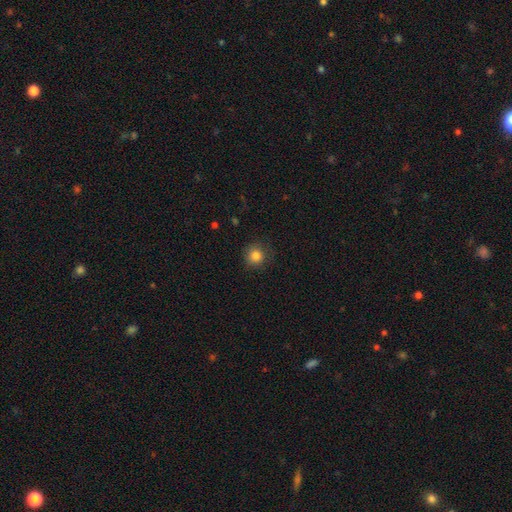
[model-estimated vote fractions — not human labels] This is clearly a smooth galaxy (84%). How rounded: clearly round (92%). Merging: clearly none (84%).